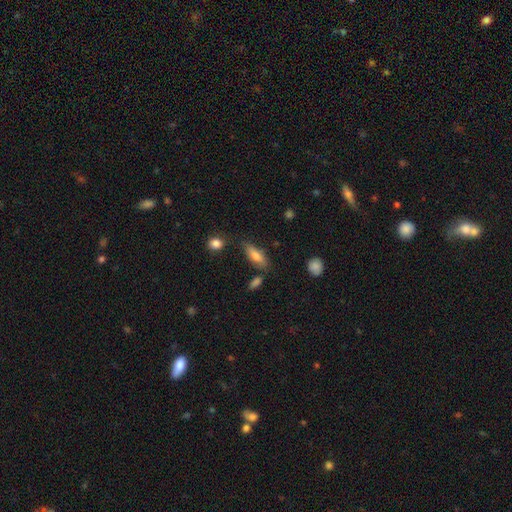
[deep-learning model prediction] Morphology: type=smooth (74%); roundness=in between (67%); merging=none (69%).